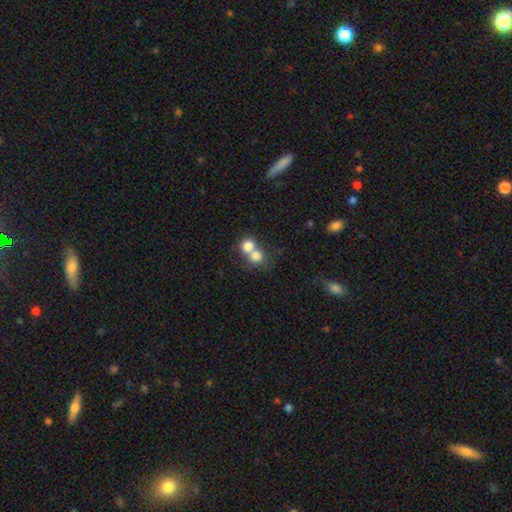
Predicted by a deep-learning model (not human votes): Morphology: type=smooth (76%); roundness=round (80%); merging=merger (65%).